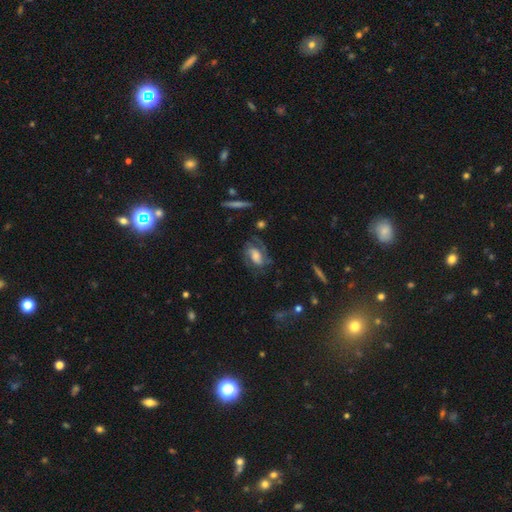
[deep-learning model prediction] smooth-or-featured: featured or disk: 73% | smooth: 19% | star or artifact: 8%
  disk-edge-on: no: 95% | yes: 5%
    bar: no: 43% | weak: 39% | strong: 18%
    has-spiral-arms: yes: 92% | no: 8%
      spiral-winding: medium: 48% | tight: 34% | loose: 18%
      spiral-arm-count: 2: 77% | can't tell: 10% | 3: 5% | 1: 5% | 4: 2% | more than 4: 2%
    bulge-size: moderate: 35% | large: 34% | small: 16% | none: 11% | dominant: 5%
  merging: none: 65% | minor disturbance: 19% | major disturbance: 14% | merger: 2%